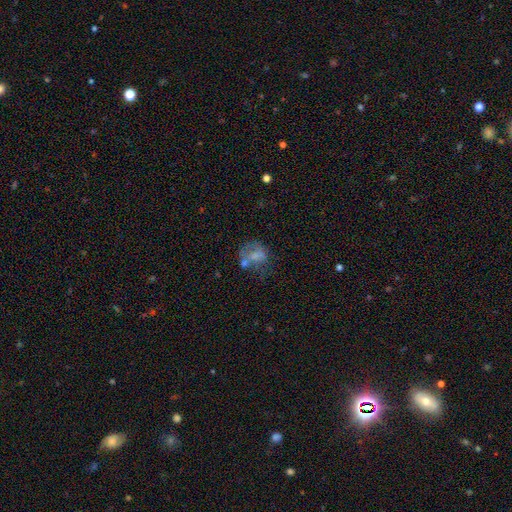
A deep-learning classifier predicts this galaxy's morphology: Smooth or featured? Predicted: smooth (p=0.52). How rounded? Predicted: round (p=0.52). Merging? Predicted: none (p=0.30).